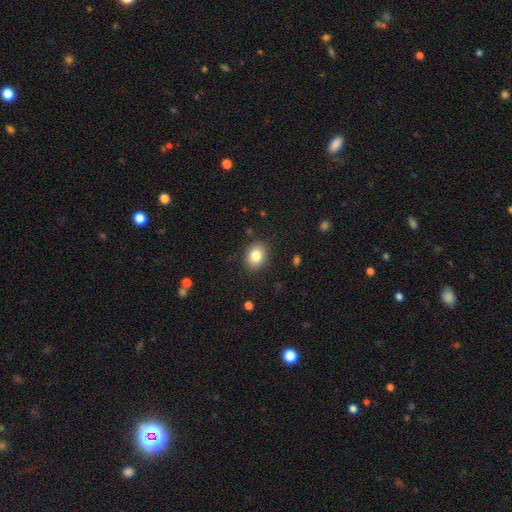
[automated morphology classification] smooth-or-featured: smooth: 83% | star or artifact: 9% | featured or disk: 8%
  how-rounded: in between: 59% | round: 40% | cigar-shaped: 1%
  merging: none: 87% | minor disturbance: 9% | major disturbance: 2% | merger: 1%